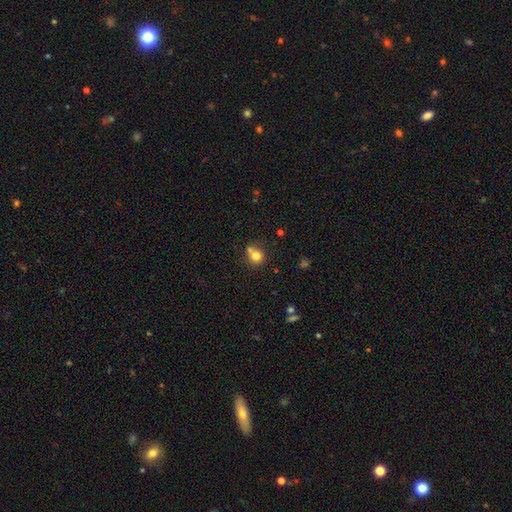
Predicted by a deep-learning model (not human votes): Smooth or featured: smooth — 78% (star or artifact — 12%)
How rounded: round — 87% (in between — 12%)
Merging: none — 55% (merger — 30%)